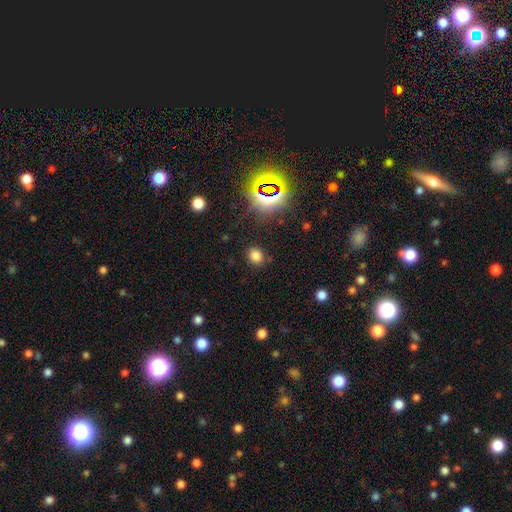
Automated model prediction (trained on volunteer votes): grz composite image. It shows a smooth galaxy with no disk features (74%) that is round (60%). Merging: none (84%).